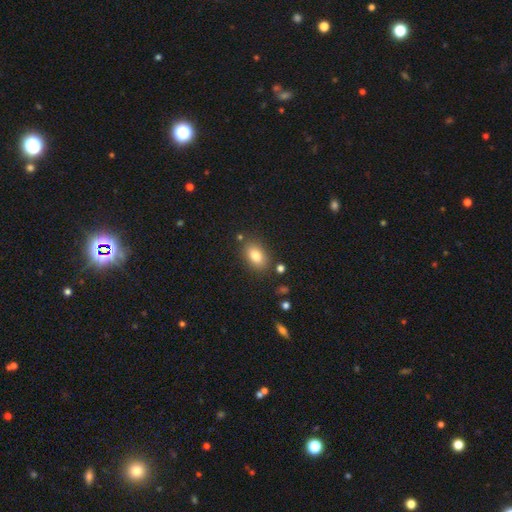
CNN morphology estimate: Smooth or featured? smooth (81%)
How rounded? in between (86%)
Merging? none (82%)